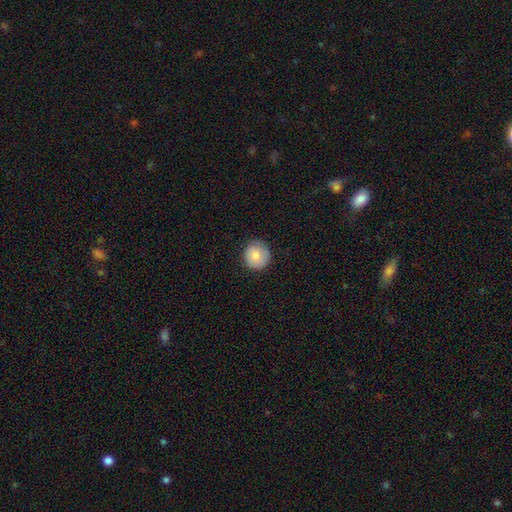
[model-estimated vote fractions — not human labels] smooth-or-featured: smooth: 83% | featured or disk: 10% | star or artifact: 8%
  how-rounded: round: 92% | in between: 7% | cigar-shaped: 1%
  merging: none: 84% | minor disturbance: 12% | major disturbance: 2% | merger: 1%